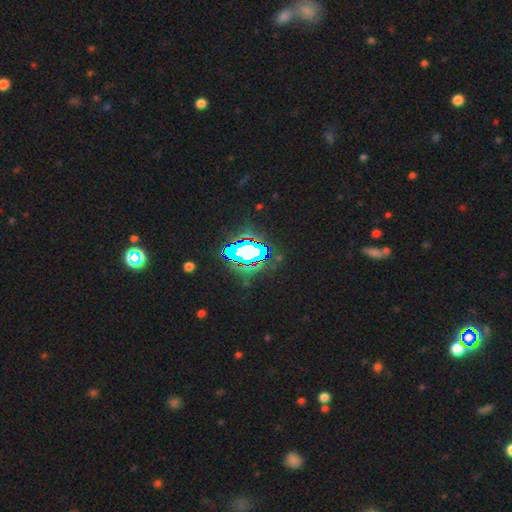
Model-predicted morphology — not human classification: The model was most divided on "smooth or featured": star or artifact: 73%, smooth: 14%, featured or disk: 13%.